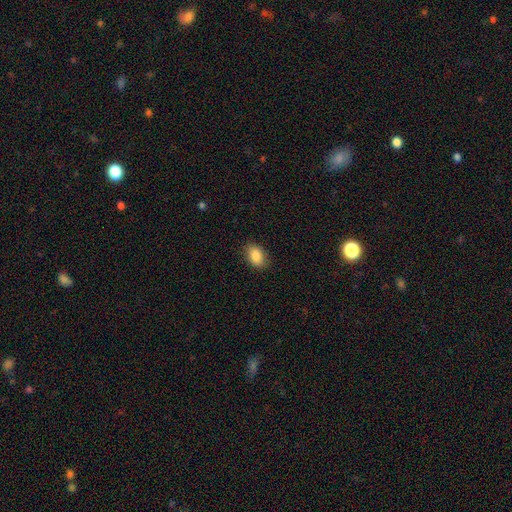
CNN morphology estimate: A smooth galaxy with no disk features (87%) that is in between round and cigar-shaped (86%). Merging: none (87%).